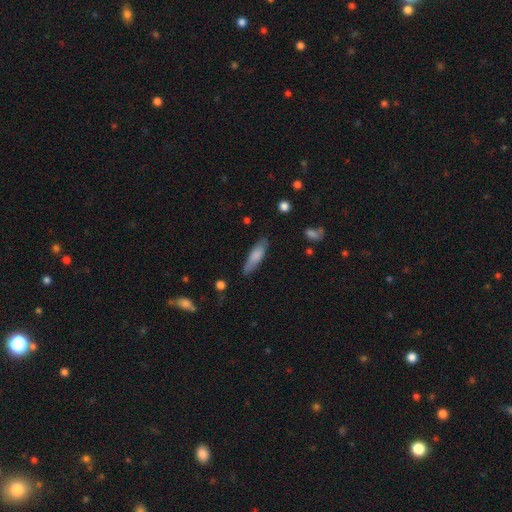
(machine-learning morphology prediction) smooth_or_featured: smooth (p=0.74) [alt: featured or disk p=0.20]
how_rounded: cigar-shaped (p=0.66) [alt: in between p=0.32]
merging: none (p=0.77) [alt: minor disturbance p=0.18]